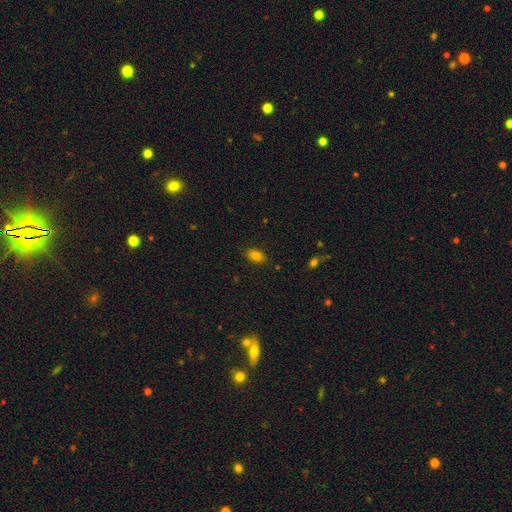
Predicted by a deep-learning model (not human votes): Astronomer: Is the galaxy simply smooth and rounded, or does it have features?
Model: smooth — 83%.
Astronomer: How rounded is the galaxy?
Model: in between — 90%.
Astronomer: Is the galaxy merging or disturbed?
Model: none — 86%.